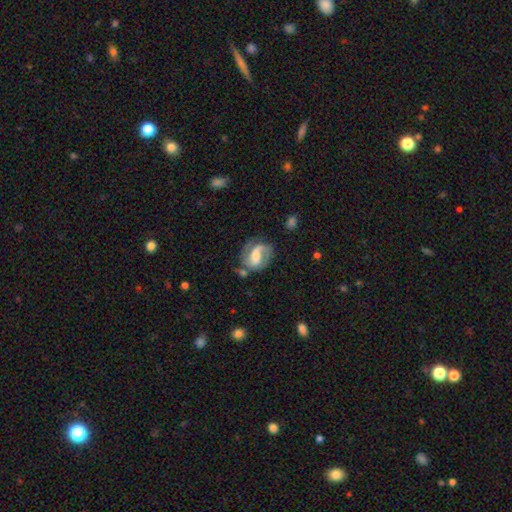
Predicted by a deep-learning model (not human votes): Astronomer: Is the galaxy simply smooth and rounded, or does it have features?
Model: featured or disk — 72%.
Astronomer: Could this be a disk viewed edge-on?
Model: no — 97%.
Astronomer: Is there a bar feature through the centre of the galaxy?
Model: weak — 46% (runner-up: no, 30%).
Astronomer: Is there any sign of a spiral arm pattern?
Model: yes — 88%.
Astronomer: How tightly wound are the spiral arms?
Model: medium — 47% (runner-up: tight, 29%).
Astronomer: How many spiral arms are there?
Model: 2 — 63%.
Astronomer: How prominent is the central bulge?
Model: moderate — 43% (runner-up: small, 26%).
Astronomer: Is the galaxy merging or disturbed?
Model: none — 52%.